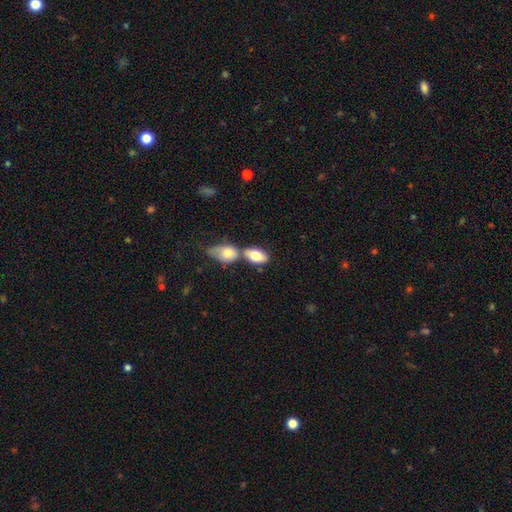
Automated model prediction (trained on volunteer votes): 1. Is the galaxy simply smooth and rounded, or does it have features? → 78% smooth, 15% featured or disk, 6% star or artifact.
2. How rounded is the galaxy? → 91% in between, 6% round, 4% cigar-shaped.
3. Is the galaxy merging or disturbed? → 49% merger, 36% none, 10% minor disturbance, 4% major disturbance.